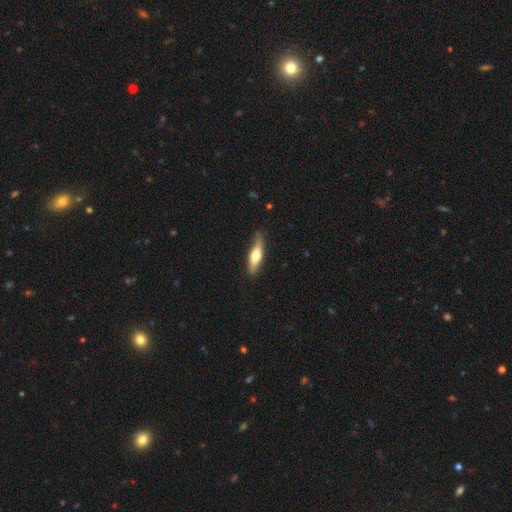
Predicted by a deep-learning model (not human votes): The model was most divided on "smooth or featured": smooth: 55%, featured or disk: 40%, star or artifact: 5%. More confident: merging — none (76%); how rounded — cigar-shaped (69%).